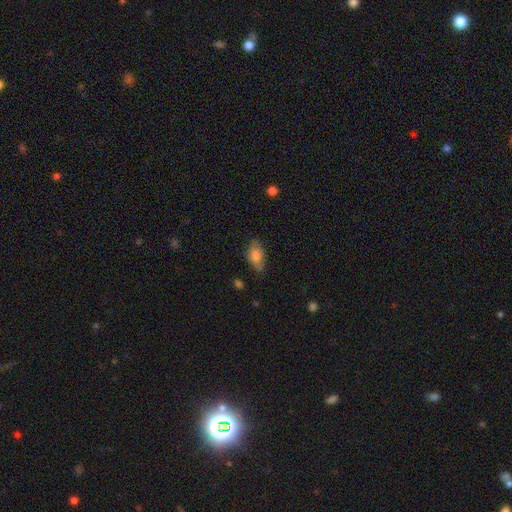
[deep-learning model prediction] This appears to be a smooth galaxy with no disk features (77%) that is in between round and cigar-shaped (89%). Merging: none (65%).